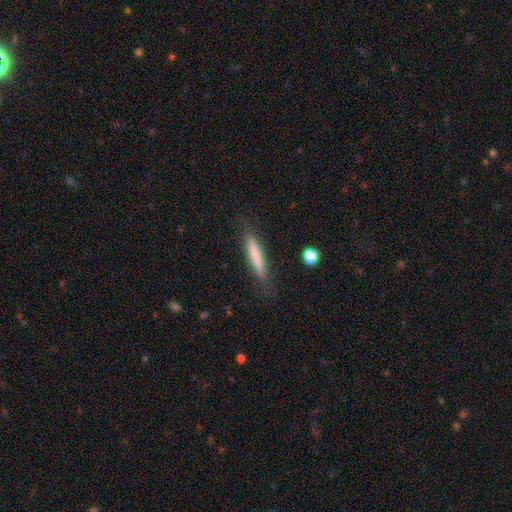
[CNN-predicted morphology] smooth_or_featured: smooth (p=0.73) [alt: featured or disk p=0.21]
how_rounded: cigar-shaped (p=0.93) [alt: in between p=0.06]
merging: none (p=0.83) [alt: minor disturbance p=0.13]